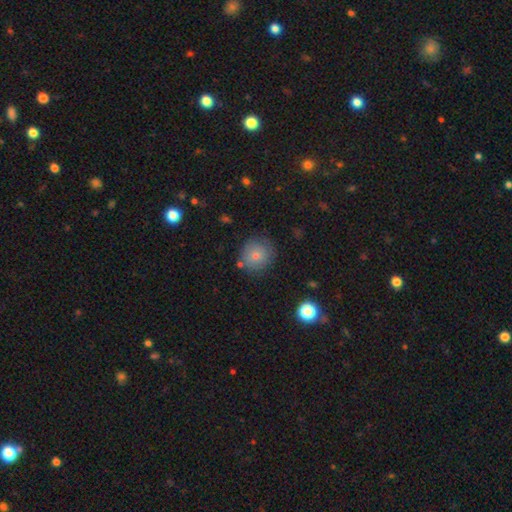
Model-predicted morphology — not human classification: Overall: smooth (71%). How rounded: round (91%). Merging: none (82%).